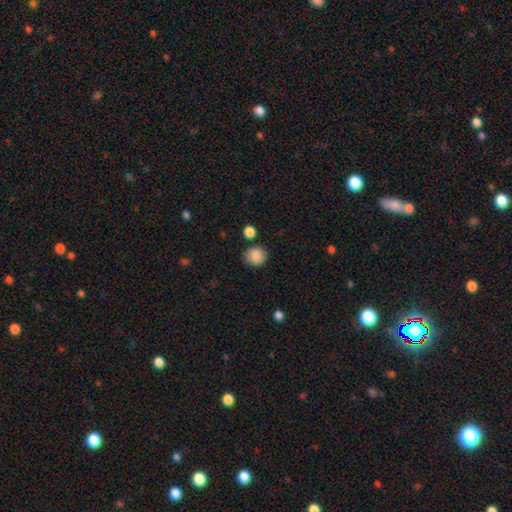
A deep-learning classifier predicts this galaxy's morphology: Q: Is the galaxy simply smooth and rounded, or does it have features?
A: smooth — 87%.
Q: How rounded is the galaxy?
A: round — 77%.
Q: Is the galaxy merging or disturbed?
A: none — 78%.